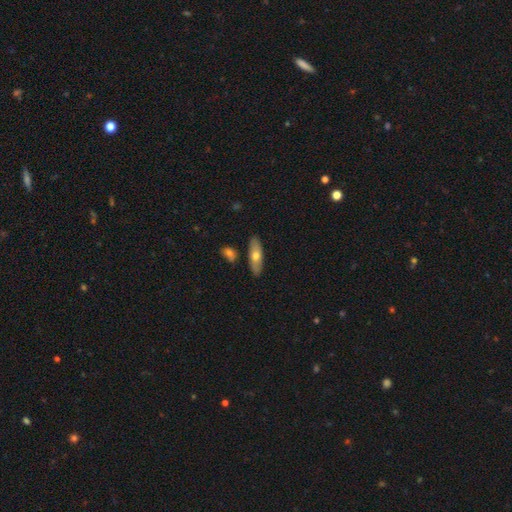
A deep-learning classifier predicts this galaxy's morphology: smooth 59%, featured or disk 35%, star or artifact 6%. Down the decision tree: how rounded — in between (56%); merging — none (85%).